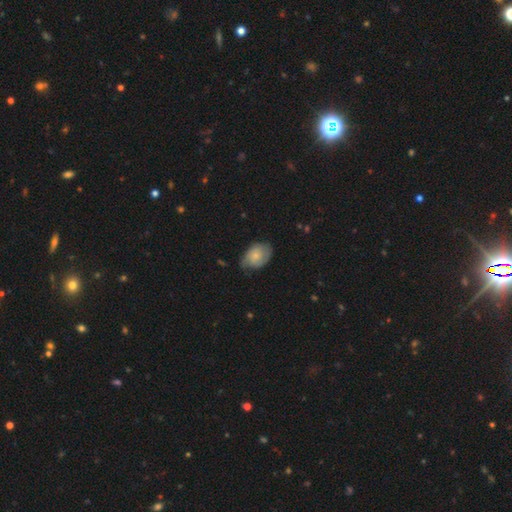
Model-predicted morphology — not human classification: smooth-or-featured: smooth: 54% | featured or disk: 40% | star or artifact: 7%
  how-rounded: in between: 77% | round: 22% | cigar-shaped: 1%
  merging: none: 57% | minor disturbance: 33% | major disturbance: 9% | merger: 1%